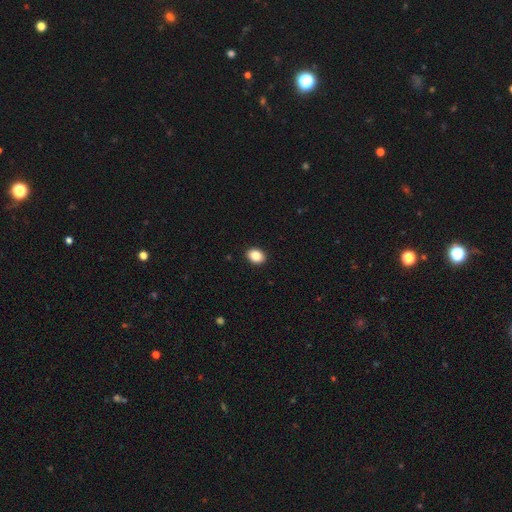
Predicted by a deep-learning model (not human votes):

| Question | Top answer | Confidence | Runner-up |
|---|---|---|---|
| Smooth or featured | smooth | 87% | star or artifact (9%) |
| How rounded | in between | 61% | round (38%) |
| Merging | none | 92% | minor disturbance (5%) |